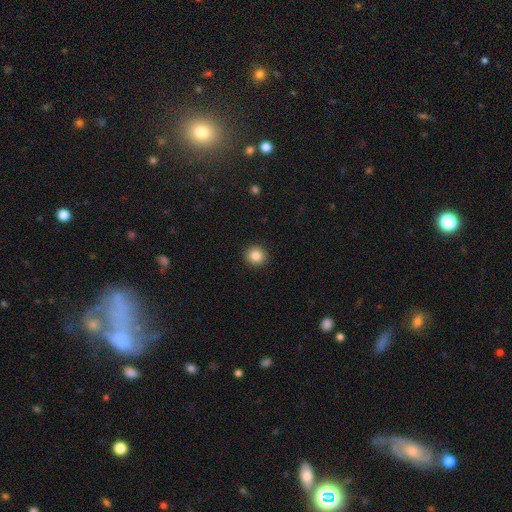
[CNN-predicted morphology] type=smooth (85%); roundness=round (92%); merging=none (92%).